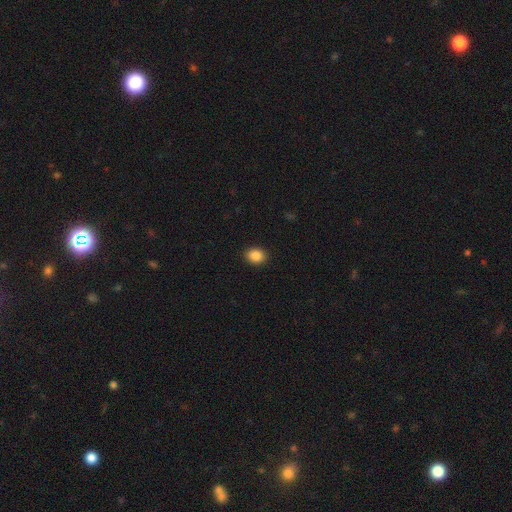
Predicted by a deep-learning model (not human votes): smooth_or_featured: smooth (p=0.87) [alt: star or artifact p=0.09]
how_rounded: in between (p=0.53) [alt: round p=0.46]
merging: none (p=0.91) [alt: minor disturbance p=0.06]